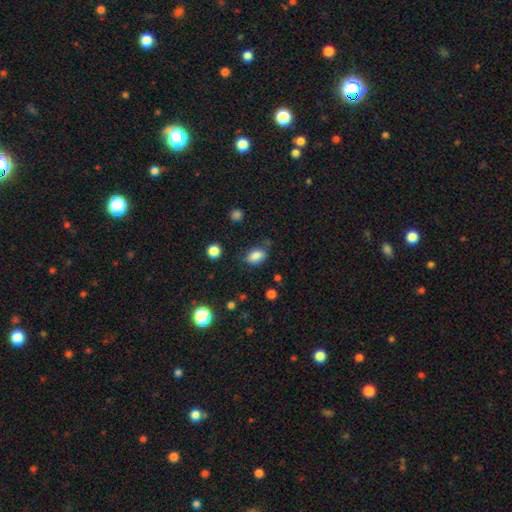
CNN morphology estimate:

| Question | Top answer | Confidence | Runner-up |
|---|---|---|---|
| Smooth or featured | smooth | 83% | star or artifact (10%) |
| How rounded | in between | 82% | round (16%) |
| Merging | none | 67% | minor disturbance (23%) |